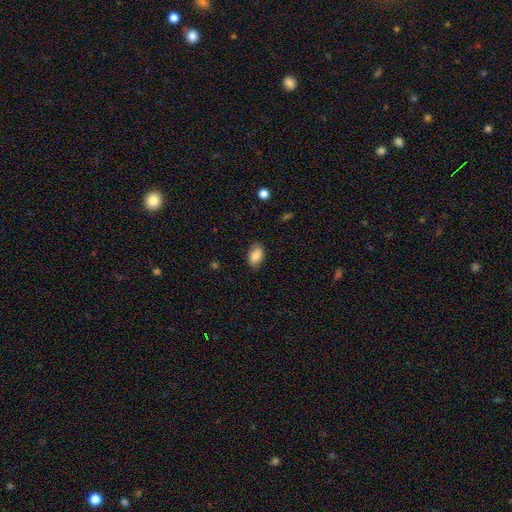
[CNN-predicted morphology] Smooth or featured?
  - smooth: 86% *
  - star or artifact: 7%
  - featured or disk: 7%
How rounded?
  - in between: 91% *
  - round: 7%
  - cigar-shaped: 2%
Merging?
  - none: 83% *
  - minor disturbance: 13%
  - major disturbance: 3%
  - merger: 1%